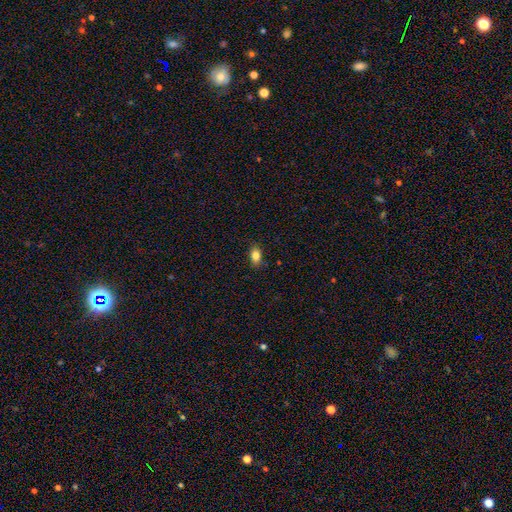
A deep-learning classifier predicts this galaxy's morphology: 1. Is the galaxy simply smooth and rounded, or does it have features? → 83% smooth, 10% star or artifact, 7% featured or disk.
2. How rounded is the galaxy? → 83% in between, 14% round, 3% cigar-shaped.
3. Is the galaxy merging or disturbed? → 85% none, 12% minor disturbance, 2% major disturbance, 1% merger.